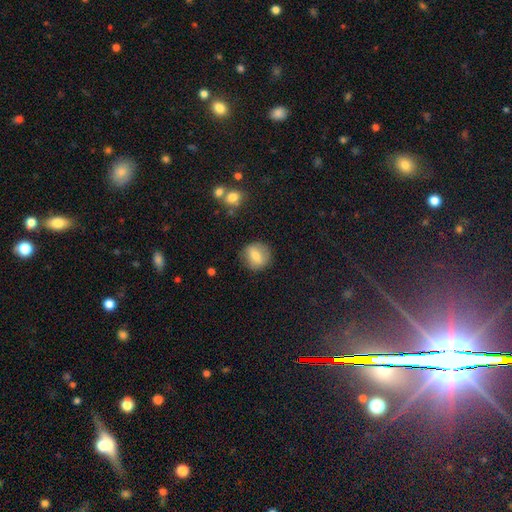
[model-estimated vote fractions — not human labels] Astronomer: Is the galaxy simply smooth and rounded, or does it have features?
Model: smooth — 69%.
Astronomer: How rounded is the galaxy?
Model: round — 79%.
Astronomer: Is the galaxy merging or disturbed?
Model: none — 83%.